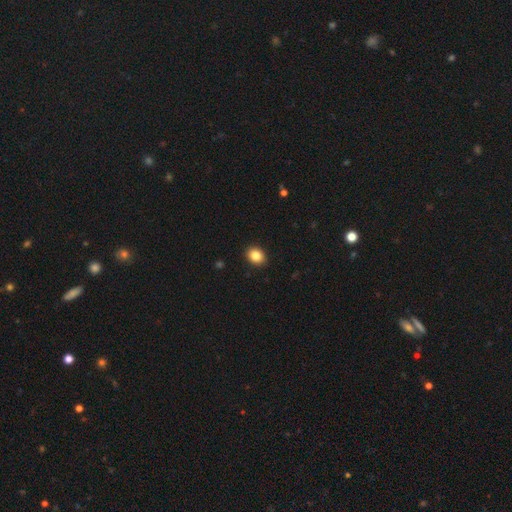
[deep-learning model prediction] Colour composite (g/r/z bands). It shows a smooth galaxy with no disk features (85%) that is round (50%). Merging: none (92%).